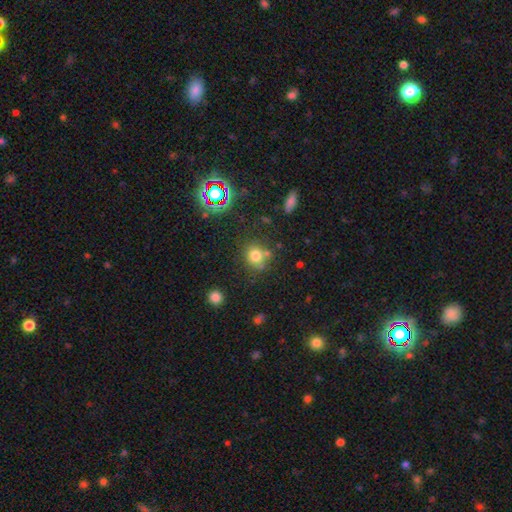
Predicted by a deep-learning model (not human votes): This appears to be a smooth galaxy with no disk features (74%) that is round (78%). Merging: none (67%).